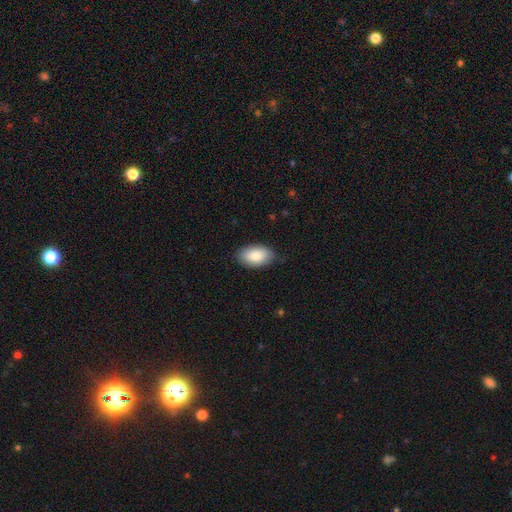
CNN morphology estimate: Overall: smooth (86%). How rounded: in between (94%). Merging: none (78%).